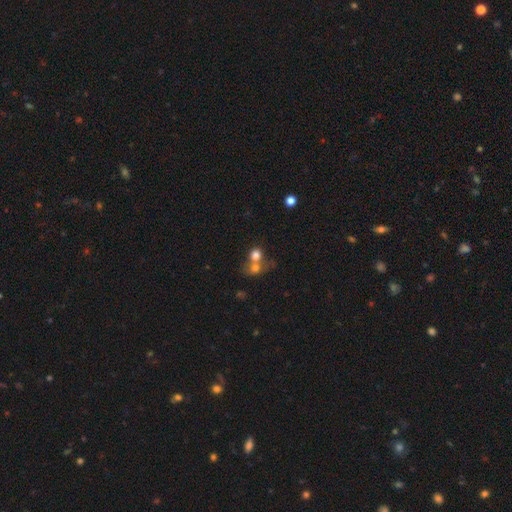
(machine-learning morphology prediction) A smooth galaxy with no disk features (75%) that is round (74%). Merging: merger (58%).